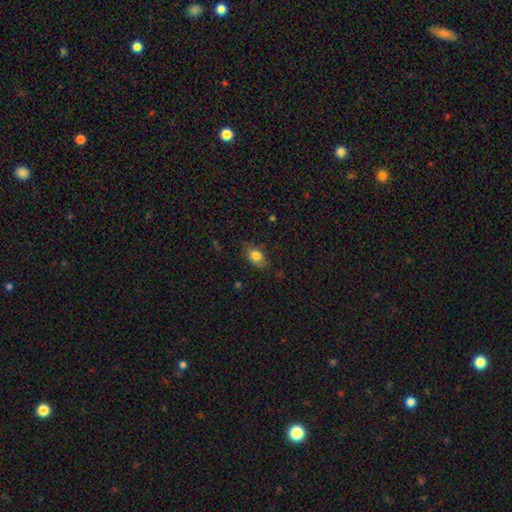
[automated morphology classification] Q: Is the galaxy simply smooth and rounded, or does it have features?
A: smooth — 79%.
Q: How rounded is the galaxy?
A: in between — 81%.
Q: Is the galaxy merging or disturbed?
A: none — 76%.